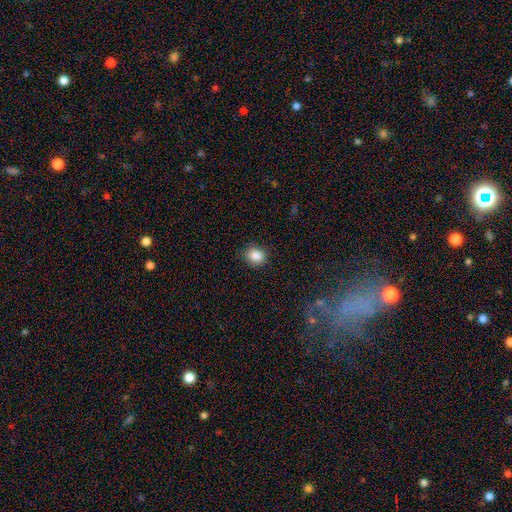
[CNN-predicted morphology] A smooth galaxy with no disk features (86%) that is round (70%). Merging: none (87%).